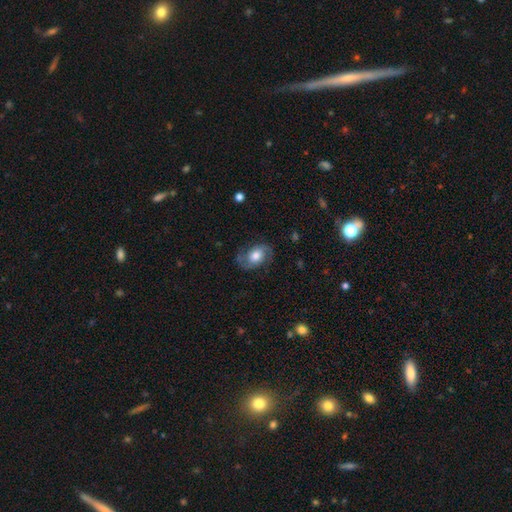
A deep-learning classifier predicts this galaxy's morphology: This appears to be a featured or disk galaxy (63%) with no bar (68%), 2 (89%) medium (49%) spiral arms (87%) and a moderate central bulge (51%). Merging: none (75%).